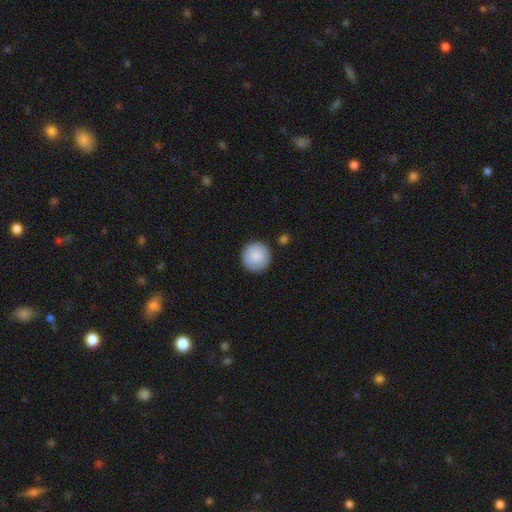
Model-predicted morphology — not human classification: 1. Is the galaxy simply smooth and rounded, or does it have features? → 89% smooth, 6% star or artifact, 5% featured or disk.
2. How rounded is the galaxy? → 96% round, 3% in between, 1% cigar-shaped.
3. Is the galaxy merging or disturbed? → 90% none, 6% minor disturbance, 2% major disturbance, 2% merger.